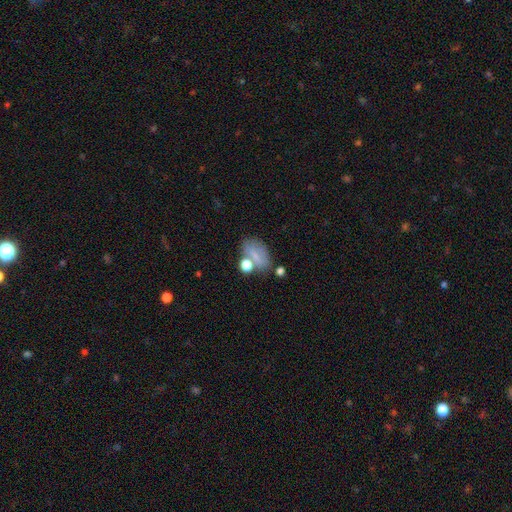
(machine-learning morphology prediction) Q: Smooth or featured?
A: smooth (65%); runner-up: featured or disk (18%)
Q: How rounded?
A: in between (79%); runner-up: round (18%)
Q: Merging?
A: none (51%); runner-up: minor disturbance (20%)